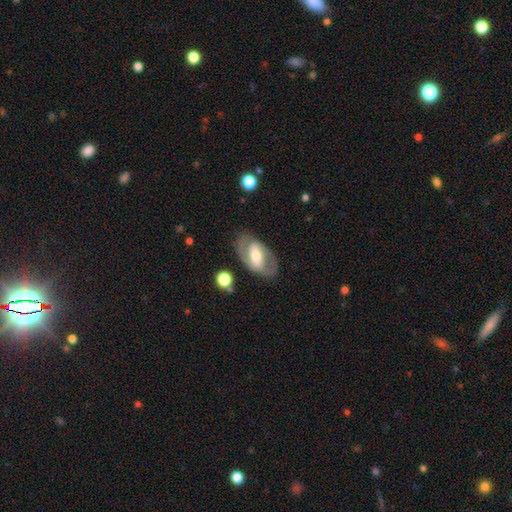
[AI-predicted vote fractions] Morphology: type=featured or disk (66%); edge-on=no (92%); bar=strong (46%); spiral arms=yes (56%); bulge=moderate (61%); merging=none (78%).